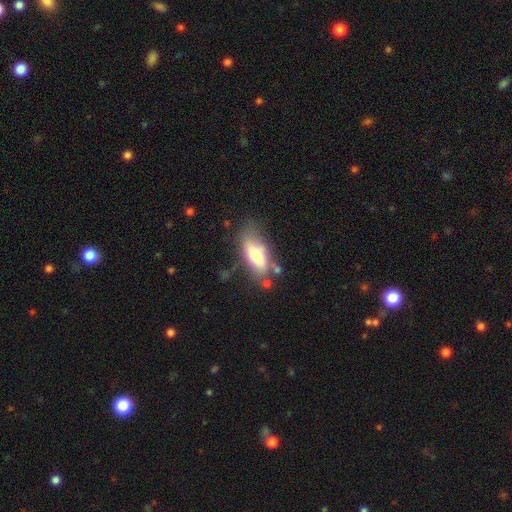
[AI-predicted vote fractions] A smooth galaxy with no disk features (65%) that is in between round and cigar-shaped (77%).

Vote fractions:
- Smooth or featured? smooth: 65% / featured or disk: 27% / star or artifact: 7%
- How rounded? in between: 77% / cigar-shaped: 20% / round: 3%
- Merging? none: 53% / minor disturbance: 27% / major disturbance: 12% / merger: 8%